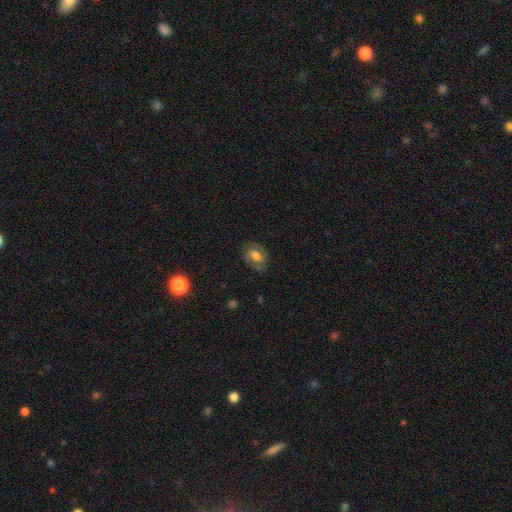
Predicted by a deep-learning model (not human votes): Q: Smooth or featured?
A: featured or disk (49%); runner-up: smooth (42%)
Q: Merging?
A: none (78%); runner-up: minor disturbance (15%)